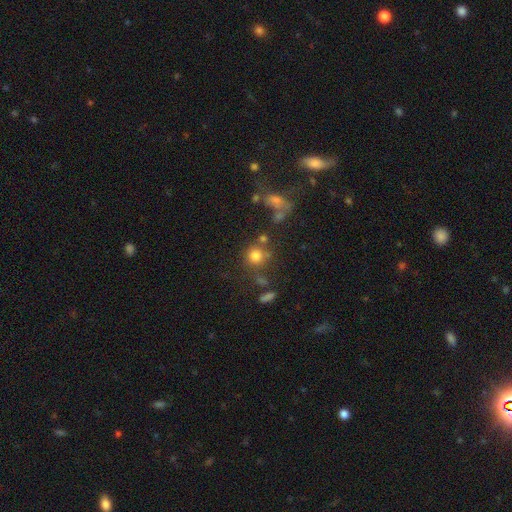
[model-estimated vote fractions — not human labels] A smooth galaxy with no disk features (77%) that is round (87%).

Vote fractions:
- Smooth or featured? smooth: 77% / star or artifact: 14% / featured or disk: 9%
- How rounded? round: 87% / in between: 12% / cigar-shaped: 1%
- Merging? none: 62% / merger: 17% / minor disturbance: 14% / major disturbance: 8%